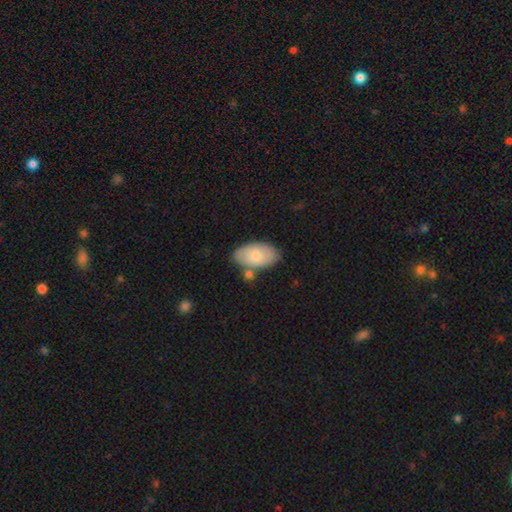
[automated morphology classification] This appears to be a smooth galaxy with no disk features (78%) that is in between round and cigar-shaped (95%). Merging: none (67%).